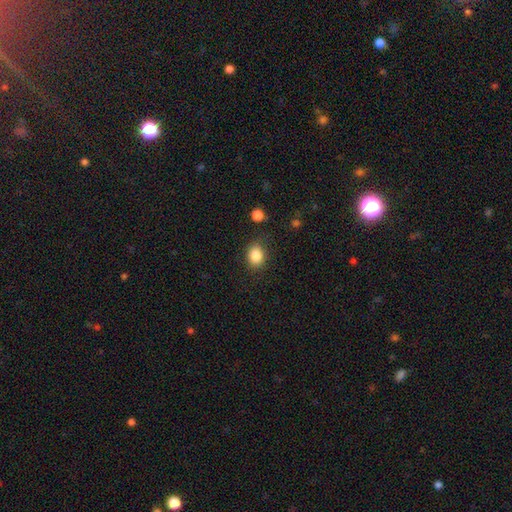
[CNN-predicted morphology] Smooth or featured: smooth — 86% (star or artifact — 9%)
How rounded: round — 50% (in between — 49%)
Merging: none — 82% (minor disturbance — 12%)